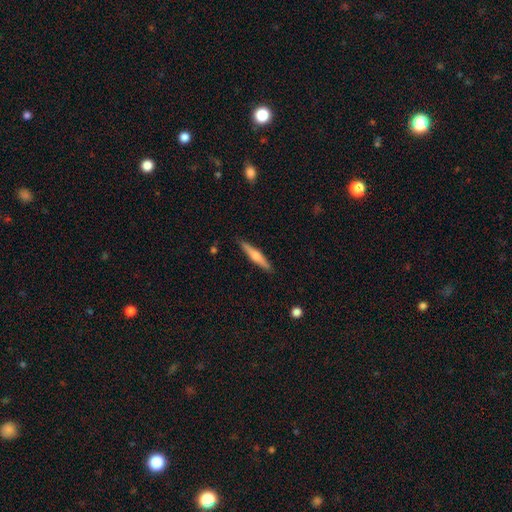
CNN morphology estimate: Smooth or featured? smooth (50%)
How rounded? cigar-shaped (90%)
Merging? none (89%)